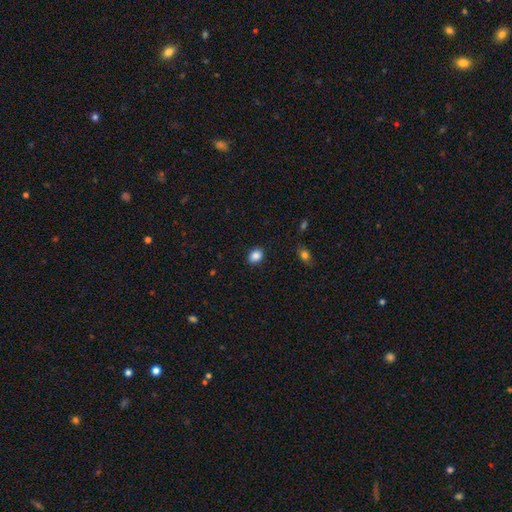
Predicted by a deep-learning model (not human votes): Smooth or featured: smooth — 87% (star or artifact — 9%)
How rounded: in between — 59% (round — 40%)
Merging: none — 87% (minor disturbance — 9%)